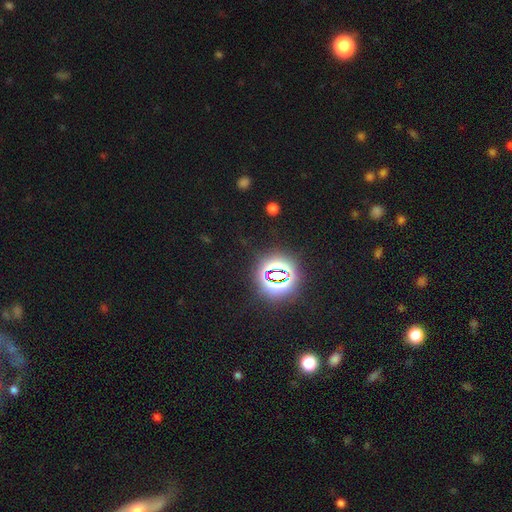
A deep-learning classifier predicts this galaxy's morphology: star or artifact 79%, smooth 14%, featured or disk 7%.